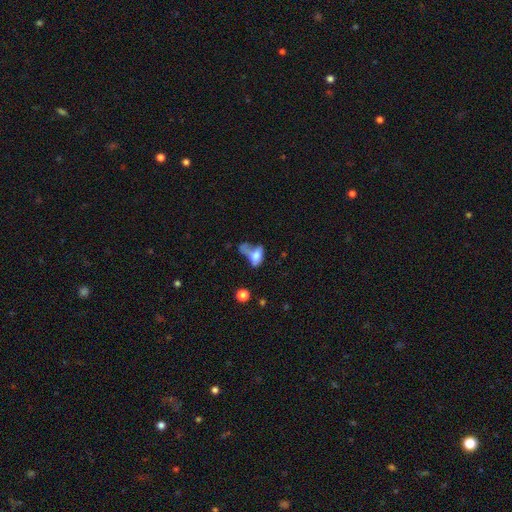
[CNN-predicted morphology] Overall: smooth (60%; featured or disk 28%). How rounded: in between (82%). Merging: merger (36%; major disturbance 34%).